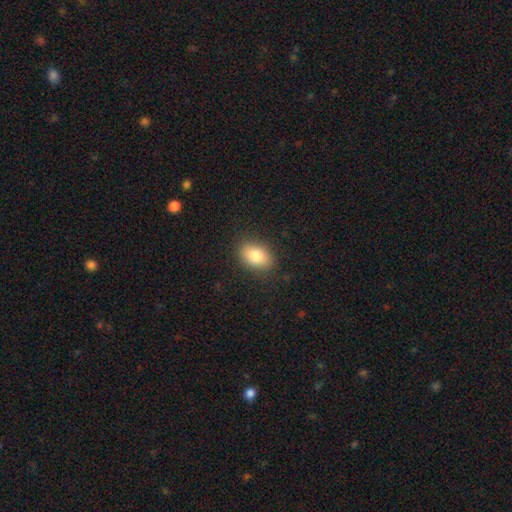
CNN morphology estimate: smooth_or_featured: smooth (p=0.81) [alt: featured or disk p=0.10]
how_rounded: in between (p=0.82) [alt: round p=0.17]
merging: none (p=0.87) [alt: minor disturbance p=0.09]